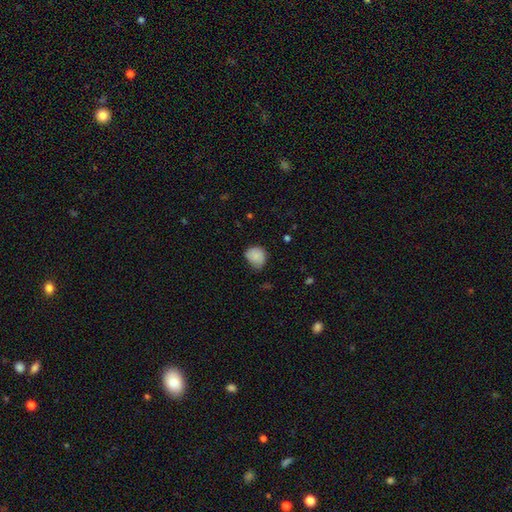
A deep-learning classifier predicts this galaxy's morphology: smooth_or_featured: smooth (p=0.84) [alt: star or artifact p=0.09]
how_rounded: round (p=0.65) [alt: in between p=0.35]
merging: none (p=0.51) [alt: minor disturbance p=0.40]